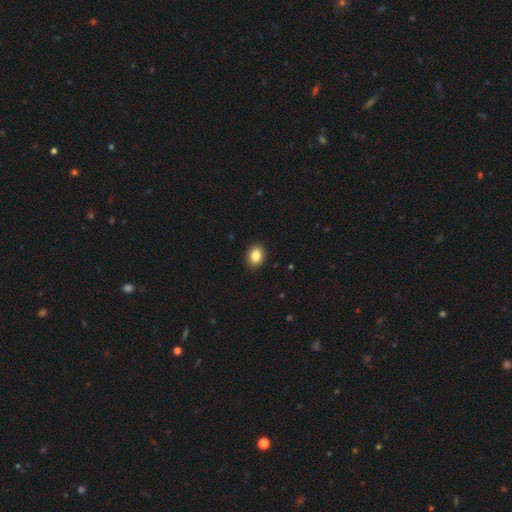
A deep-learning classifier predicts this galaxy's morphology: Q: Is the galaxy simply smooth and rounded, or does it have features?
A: smooth — 86%.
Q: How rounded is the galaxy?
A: in between — 57%.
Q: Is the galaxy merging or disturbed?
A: none — 91%.